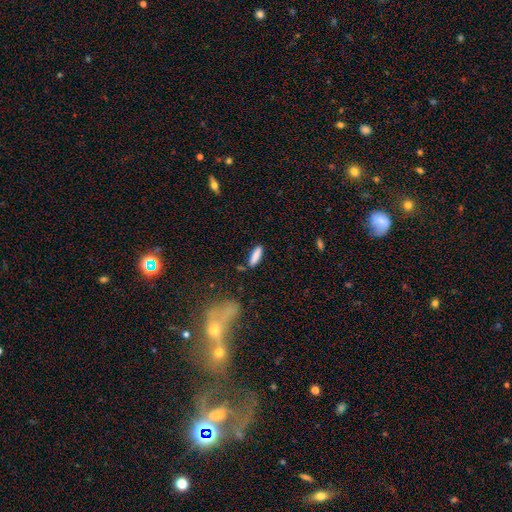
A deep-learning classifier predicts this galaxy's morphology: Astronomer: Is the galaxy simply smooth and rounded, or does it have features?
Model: smooth — 85%.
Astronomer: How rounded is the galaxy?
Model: cigar-shaped — 65%.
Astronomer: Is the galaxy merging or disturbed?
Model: none — 76%.